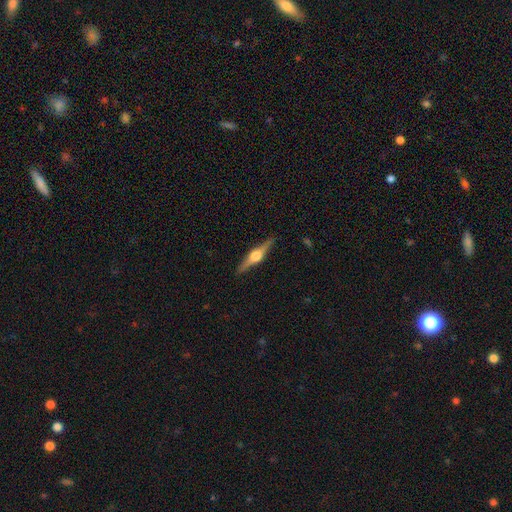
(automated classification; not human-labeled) Smooth or featured? featured or disk (79%)
Edge-on disk? yes (98%)
Edge-on bulge? rounded (94%)
Merging? none (91%)